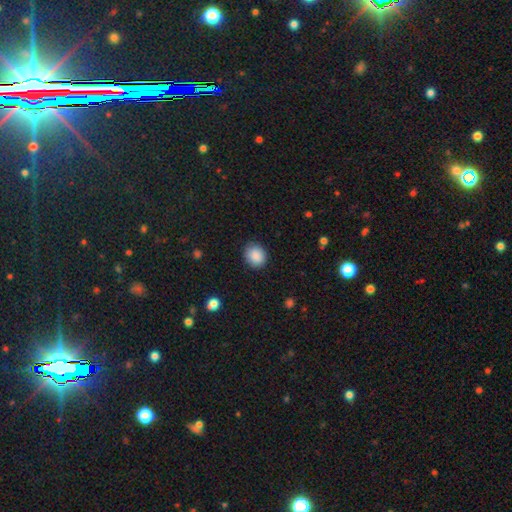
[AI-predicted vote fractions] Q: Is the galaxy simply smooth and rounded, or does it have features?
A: smooth — 89%.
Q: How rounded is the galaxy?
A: round — 67%.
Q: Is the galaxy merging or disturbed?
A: none — 86%.